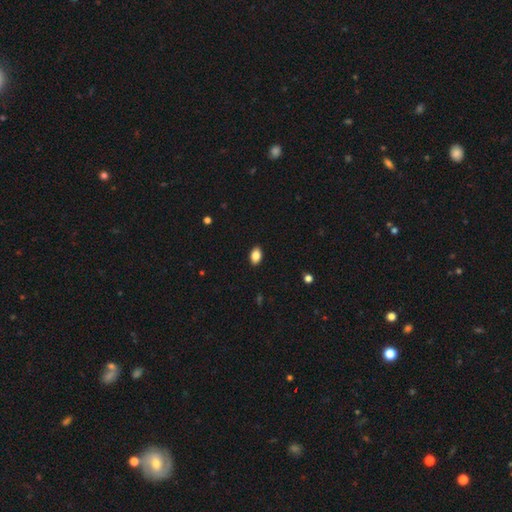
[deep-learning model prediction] This is clearly a smooth galaxy (86%). How rounded: clearly in between (88%). Merging: clearly none (90%).